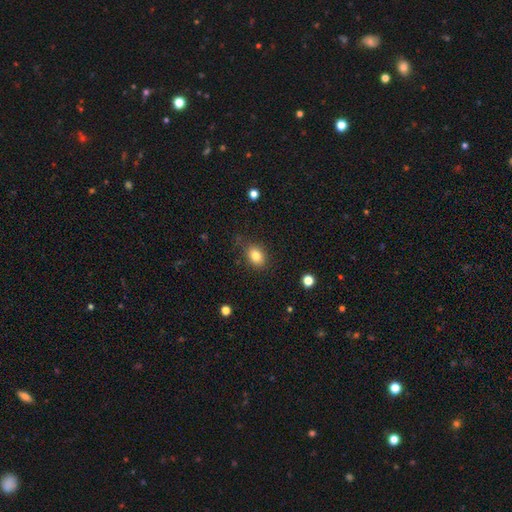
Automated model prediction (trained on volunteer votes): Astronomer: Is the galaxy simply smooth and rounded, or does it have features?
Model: smooth — 82%.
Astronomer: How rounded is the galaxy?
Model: in between — 67%.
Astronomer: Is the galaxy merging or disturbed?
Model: none — 80%.